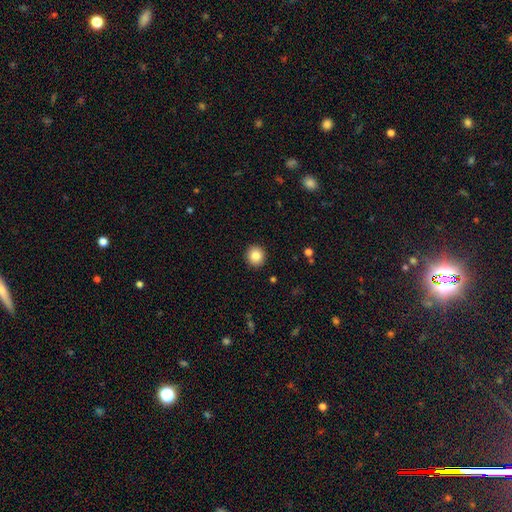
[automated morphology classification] The model was most divided on "smooth or featured": smooth: 84%, star or artifact: 10%, featured or disk: 6%. More confident: how rounded — round (92%); merging — none (92%).